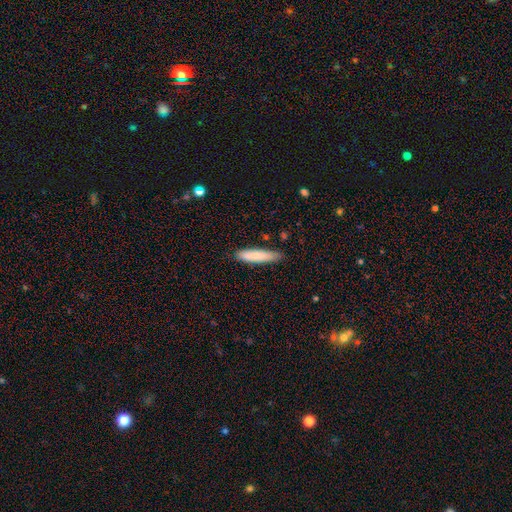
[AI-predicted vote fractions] A smooth galaxy with no disk features (82%) that is cigar-shaped (80%).

Vote fractions:
- Smooth or featured? smooth: 82% / featured or disk: 13% / star or artifact: 6%
- How rounded? cigar-shaped: 80% / in between: 18% / round: 1%
- Merging? none: 84% / minor disturbance: 13% / major disturbance: 2% / merger: 1%